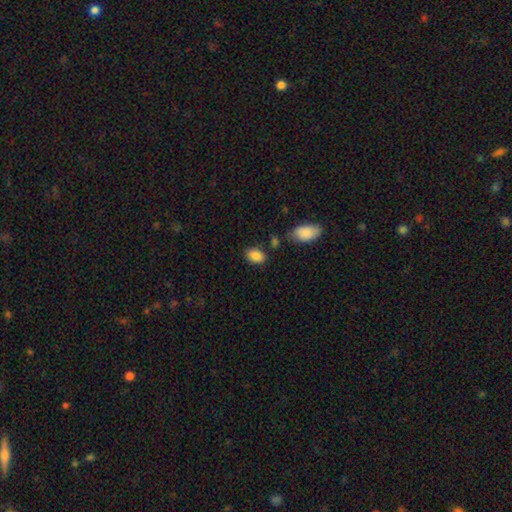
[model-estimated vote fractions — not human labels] Smooth or featured? Predicted: smooth (p=0.87). How rounded? Predicted: in between (p=0.85). Merging? Predicted: none (p=0.77).